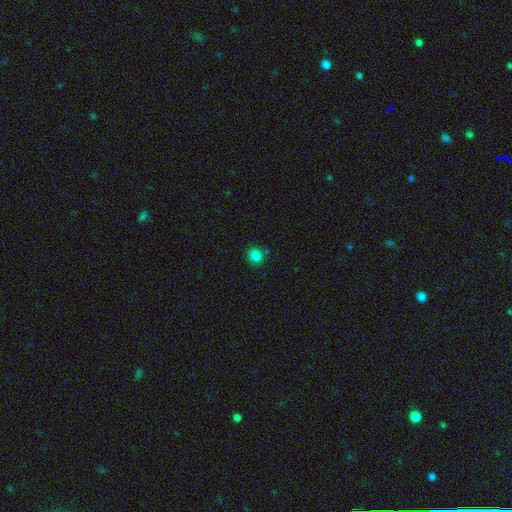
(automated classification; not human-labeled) Smooth or featured?
  - smooth: 83% *
  - star or artifact: 12%
  - featured or disk: 4%
How rounded?
  - round: 88% *
  - in between: 11%
  - cigar-shaped: 1%
Merging?
  - none: 82% *
  - minor disturbance: 10%
  - merger: 6%
  - major disturbance: 3%